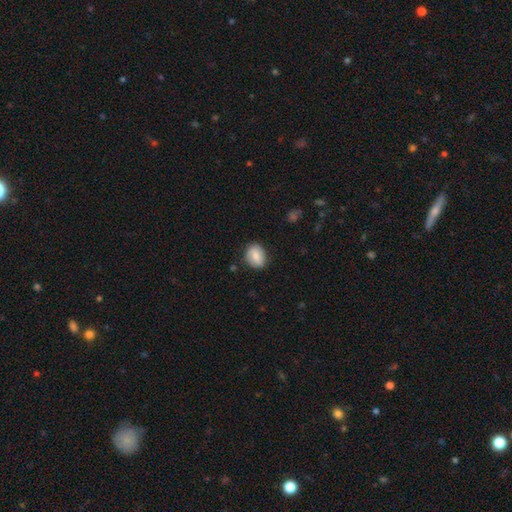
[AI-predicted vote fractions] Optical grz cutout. It shows a smooth galaxy with no disk features (70%) that is in between round and cigar-shaped (54%). Merging: none (79%).